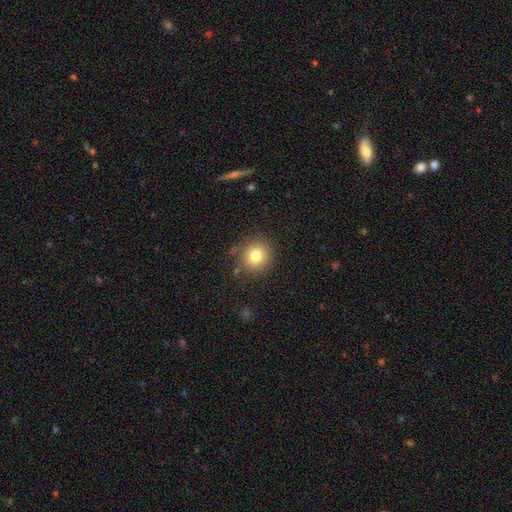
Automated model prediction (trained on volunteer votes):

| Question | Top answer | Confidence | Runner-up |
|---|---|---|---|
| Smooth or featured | smooth | 79% | star or artifact (12%) |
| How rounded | round | 90% | in between (9%) |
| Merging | none | 84% | minor disturbance (10%) |